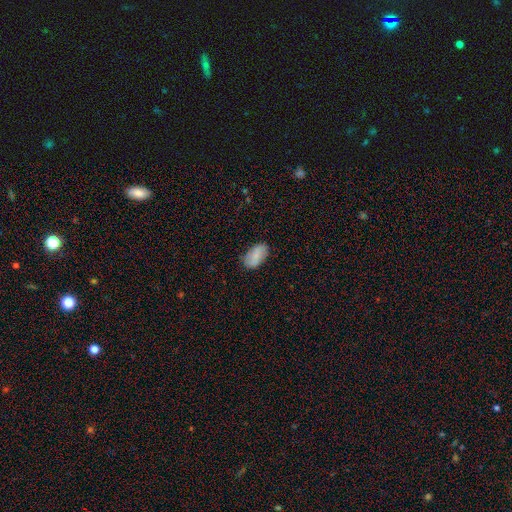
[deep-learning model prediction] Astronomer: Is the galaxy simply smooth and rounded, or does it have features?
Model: smooth — 77%.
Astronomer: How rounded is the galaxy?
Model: in between — 94%.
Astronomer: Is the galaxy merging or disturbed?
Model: none — 77%.